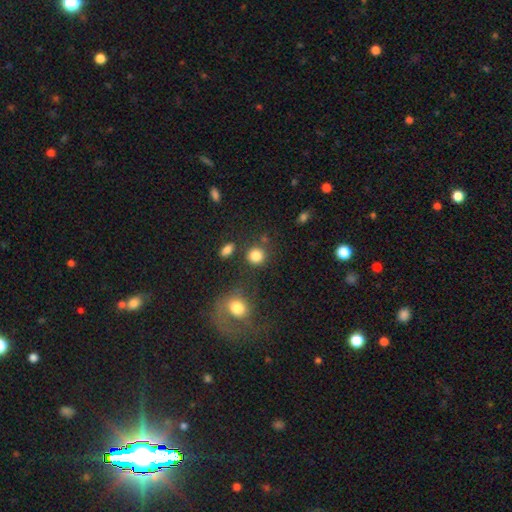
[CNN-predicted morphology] Smooth or featured: smooth — 84% (star or artifact — 11%)
How rounded: round — 89% (in between — 10%)
Merging: none — 78% (minor disturbance — 9%)